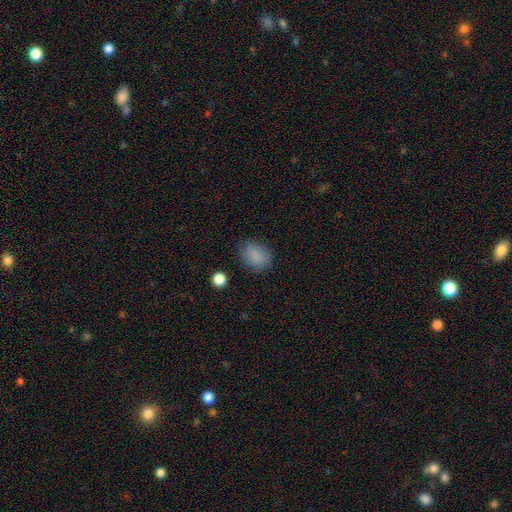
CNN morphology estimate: This appears to be a smooth galaxy with no disk features (84%) that is in between round and cigar-shaped (61%). Merging: none (80%).